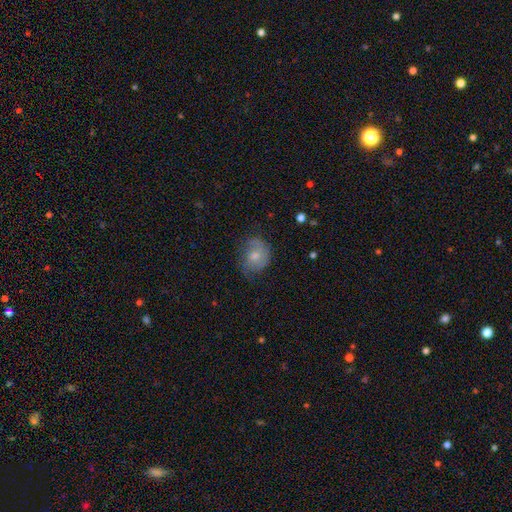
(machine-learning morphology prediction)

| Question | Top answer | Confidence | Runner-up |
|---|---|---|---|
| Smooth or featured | smooth | 59% | featured or disk (33%) |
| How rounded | round | 50% | in between (49%) |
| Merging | none | 50% | minor disturbance (33%) |